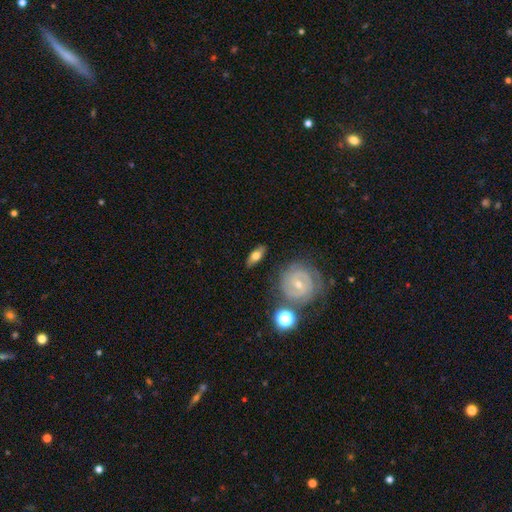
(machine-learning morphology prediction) This is possibly a smooth galaxy (54%). How rounded: likely in between (73%). Merging: likely none (80%).